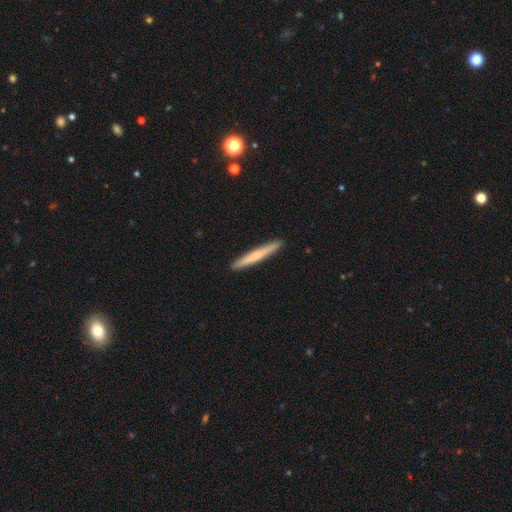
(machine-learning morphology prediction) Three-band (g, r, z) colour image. It shows a smooth galaxy with no disk features (61%) that is cigar-shaped (97%). Merging: none (92%).